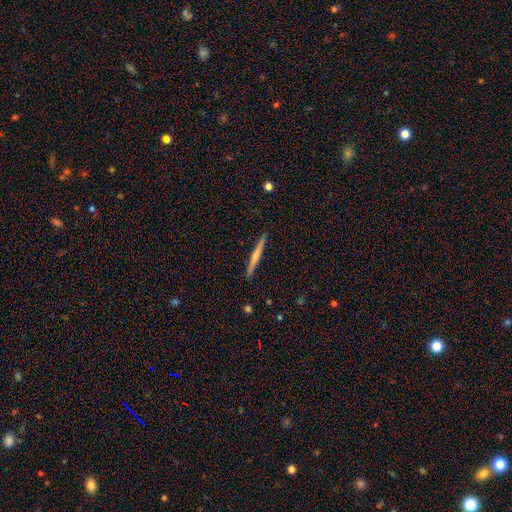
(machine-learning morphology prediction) A smooth galaxy with no disk features (51%) that is cigar-shaped (97%). Merging: none (91%).